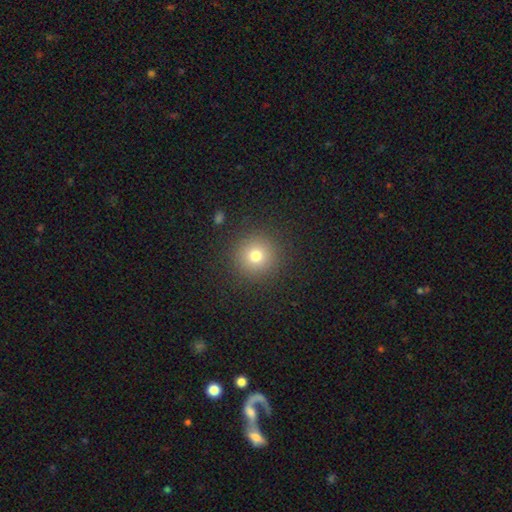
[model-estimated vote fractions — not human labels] Smooth or featured? smooth (75%)
How rounded? round (95%)
Merging? none (90%)